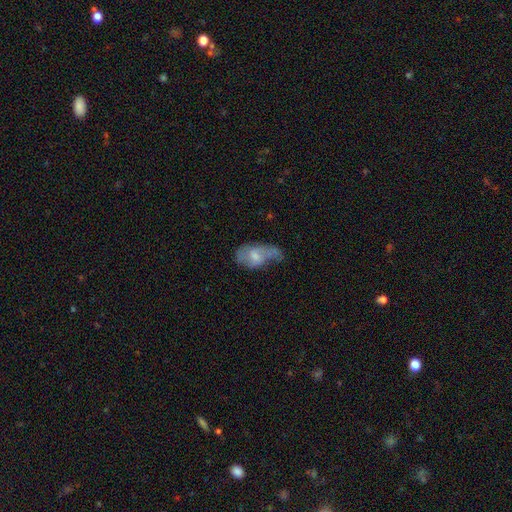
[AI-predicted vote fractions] smooth-or-featured: smooth: 48% | featured or disk: 44% | star or artifact: 8%
  merging: major disturbance: 37% | minor disturbance: 32% | none: 25% | merger: 6%